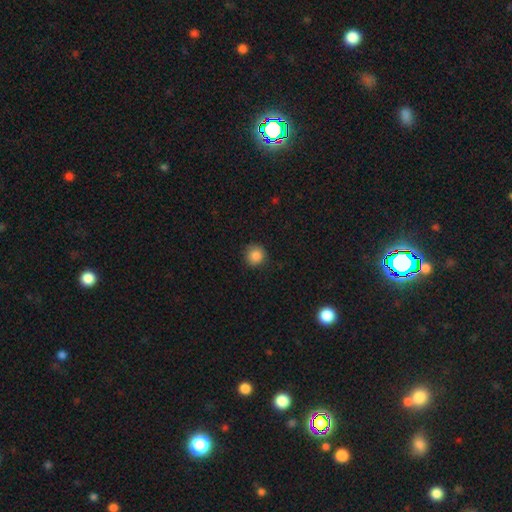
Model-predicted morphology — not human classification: A smooth galaxy with no disk features (86%) that is round (94%).

Vote fractions:
- Smooth or featured? smooth: 86% / star or artifact: 10% / featured or disk: 4%
- How rounded? round: 94% / in between: 5% / cigar-shaped: 1%
- Merging? none: 89% / minor disturbance: 8% / major disturbance: 2% / merger: 1%